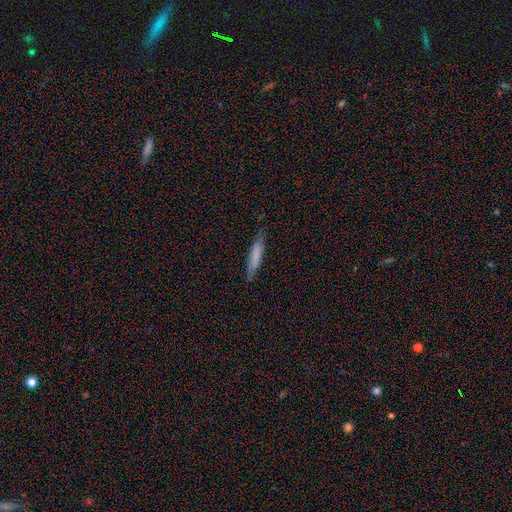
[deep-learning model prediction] This is likely a smooth galaxy (72%). How rounded: clearly cigar-shaped (89%). Merging: clearly none (81%).